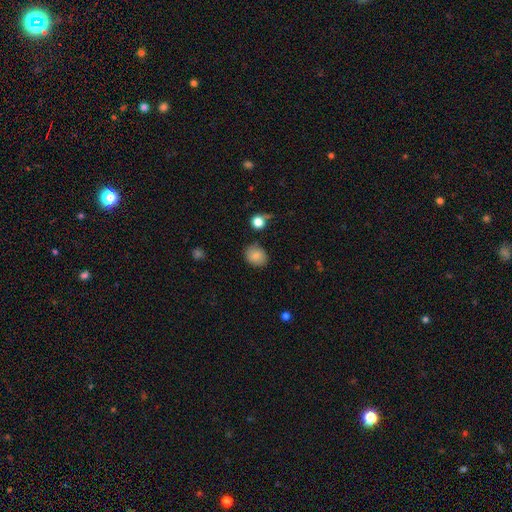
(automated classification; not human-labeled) Smooth or featured? Predicted: smooth (p=0.81). How rounded? Predicted: round (p=0.55). Merging? Predicted: none (p=0.82).